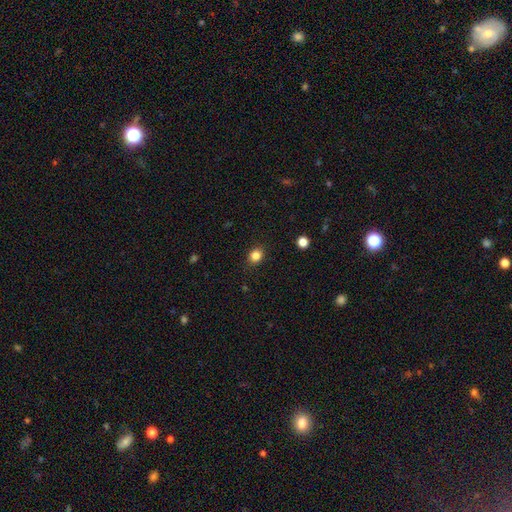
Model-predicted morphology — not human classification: This is clearly a smooth galaxy (83%). How rounded: likely round (65%). Merging: clearly none (88%).